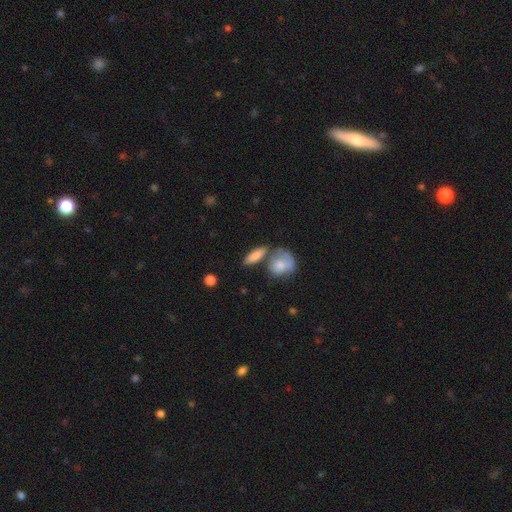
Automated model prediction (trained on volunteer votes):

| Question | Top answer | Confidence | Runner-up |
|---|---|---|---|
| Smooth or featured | smooth | 78% | featured or disk (15%) |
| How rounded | in between | 55% | cigar-shaped (36%) |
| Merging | none | 59% | merger (20%) |